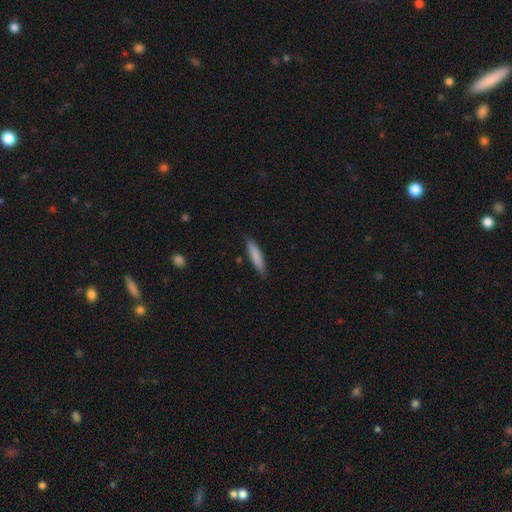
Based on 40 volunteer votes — Smooth or featured?
  - smooth: 80% *
  - featured or disk: 12%
  - star or artifact: 8%
How rounded?
  - cigar-shaped: 94% *
  - in between: 6%
  - round: 0%
Merging?
  - none: 76% *
  - minor disturbance: 19%
  - major disturbance: 5%
  - merger: 0%